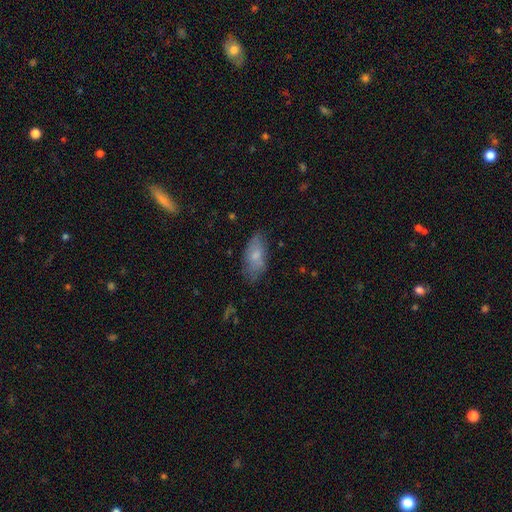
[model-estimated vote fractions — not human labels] Smooth or featured: smooth — 72% (featured or disk — 21%)
How rounded: in between — 86% (cigar-shaped — 11%)
Merging: none — 66% (minor disturbance — 24%)